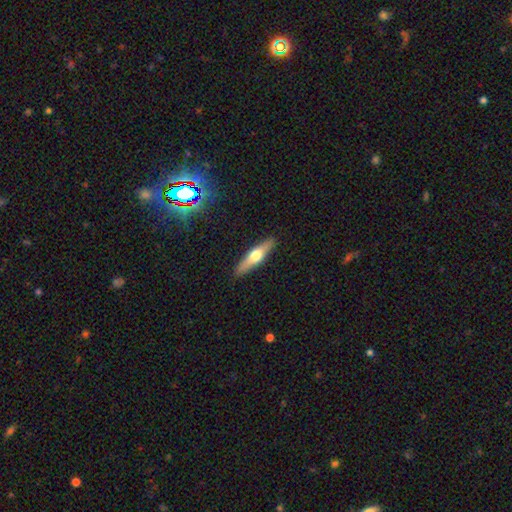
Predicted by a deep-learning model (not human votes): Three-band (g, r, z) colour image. It shows a featured or disk galaxy (53%) viewed edge-on (92%). Merging: none (90%).